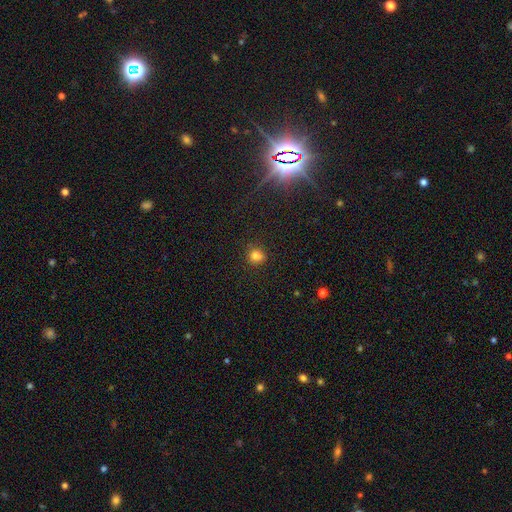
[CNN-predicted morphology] type=smooth (77%); roundness=round (78%); merging=none (80%).